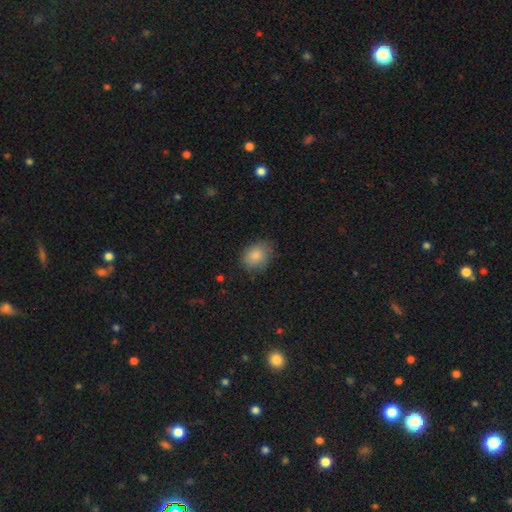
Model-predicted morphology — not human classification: Q: Smooth or featured?
A: smooth (86%); runner-up: star or artifact (8%)
Q: How rounded?
A: in between (61%); runner-up: round (38%)
Q: Merging?
A: none (76%); runner-up: minor disturbance (18%)